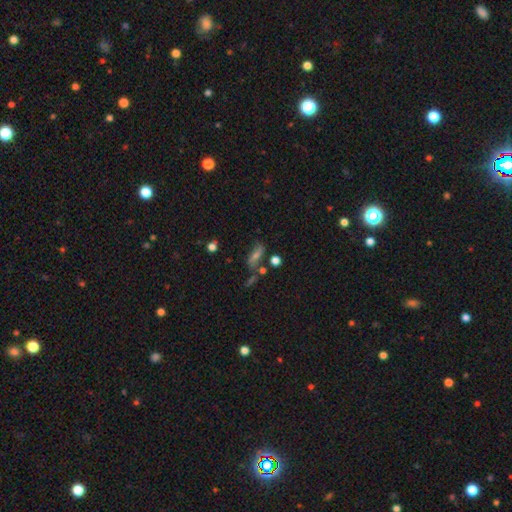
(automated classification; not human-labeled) Smooth or featured? Predicted: smooth (p=0.44). Merging? Predicted: none (p=0.56).